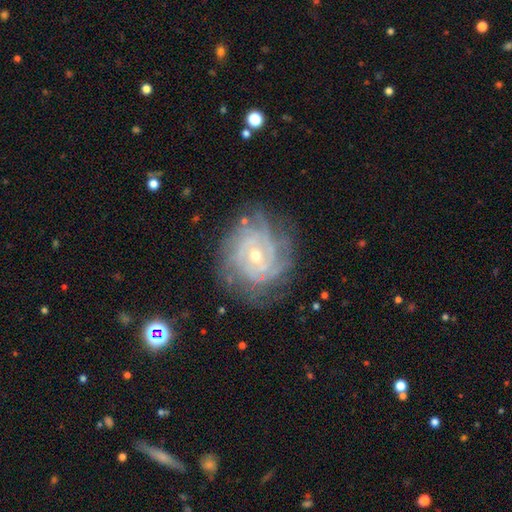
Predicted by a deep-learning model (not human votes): smooth_or_featured: featured or disk (p=0.85) [alt: smooth p=0.08]
disk_edge_on: no (p=0.97) [alt: yes p=0.03]
bar: no (p=0.70) [alt: weak p=0.24]
has_spiral_arms: yes (p=0.94) [alt: no p=0.06]
spiral_winding: tight (p=0.74) [alt: medium p=0.21]
spiral_arm_count: can't tell (p=0.39) [alt: 4 p=0.17]
bulge_size: small (p=0.58) [alt: moderate p=0.39]
merging: none (p=0.70) [alt: minor disturbance p=0.19]